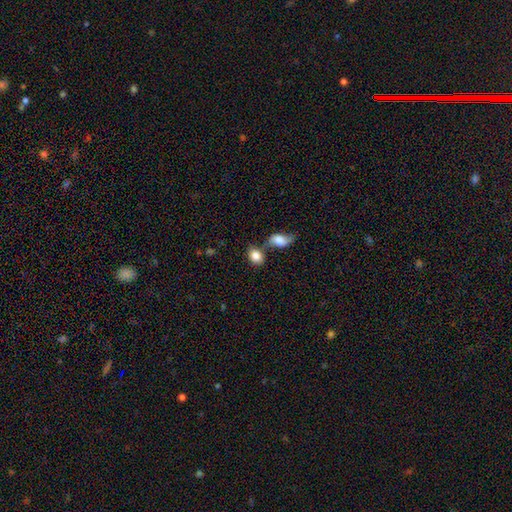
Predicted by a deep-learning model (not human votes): smooth-or-featured: smooth: 83% | featured or disk: 10% | star or artifact: 7%
  how-rounded: in between: 65% | round: 33% | cigar-shaped: 2%
  merging: none: 50% | merger: 33% | minor disturbance: 12% | major disturbance: 5%